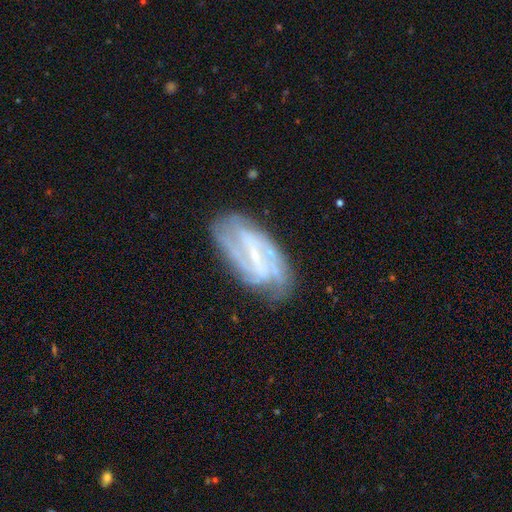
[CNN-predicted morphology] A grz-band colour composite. It shows a featured or disk galaxy (80%) with a weak bar (42%), 2 (36%) tight (42%) spiral arms (87%) and a small central bulge (74%). Merging: none (68%).